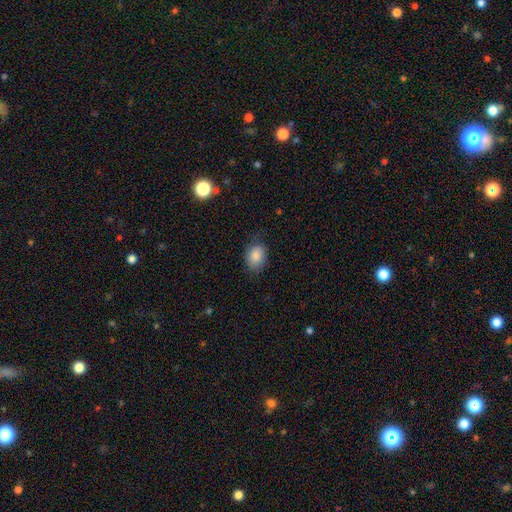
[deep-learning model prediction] A smooth galaxy with no disk features (86%) that is in between round and cigar-shaped (69%).

Vote fractions:
- Smooth or featured? smooth: 86% / star or artifact: 8% / featured or disk: 6%
- How rounded? in between: 69% / round: 30% / cigar-shaped: 1%
- Merging? none: 75% / minor disturbance: 19% / major disturbance: 5% / merger: 1%